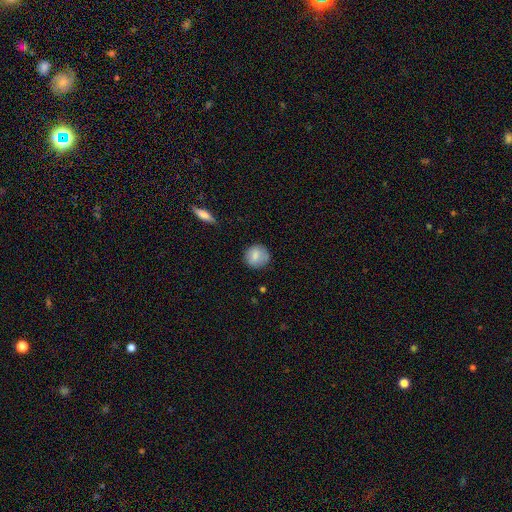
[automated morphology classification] type=smooth (81%); roundness=round (84%); merging=none (79%).